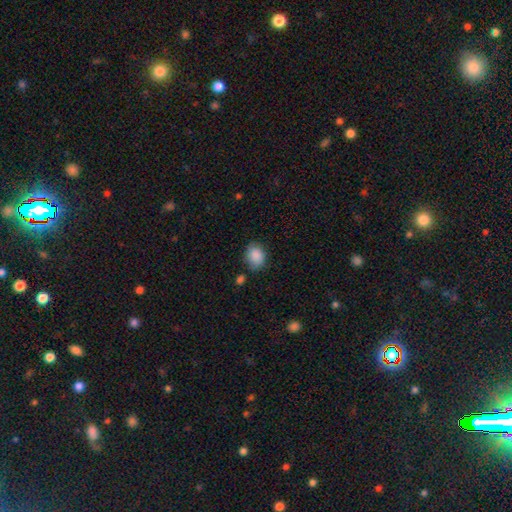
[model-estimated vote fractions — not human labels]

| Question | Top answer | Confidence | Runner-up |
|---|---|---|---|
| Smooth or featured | smooth | 88% | star or artifact (8%) |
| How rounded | in between | 61% | round (38%) |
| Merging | none | 74% | minor disturbance (18%) |